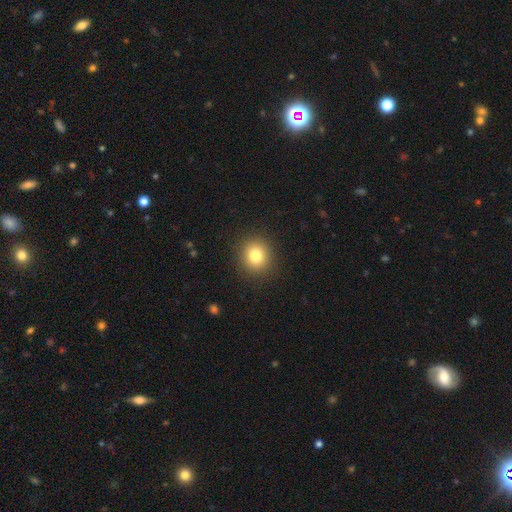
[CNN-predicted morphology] A smooth galaxy with no disk features (80%) that is round (88%).

Vote fractions:
- Smooth or featured? smooth: 80% / star or artifact: 11% / featured or disk: 8%
- How rounded? round: 88% / in between: 12% / cigar-shaped: 1%
- Merging? none: 91% / minor disturbance: 6% / major disturbance: 2% / merger: 1%